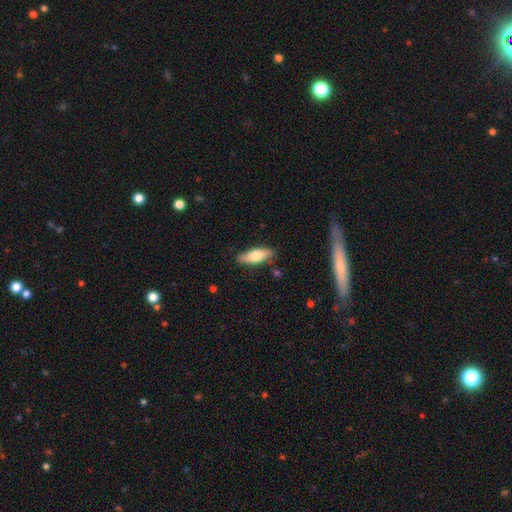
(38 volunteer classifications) Overall: smooth (74%). How rounded: in between (71%). Merging: none (86%).